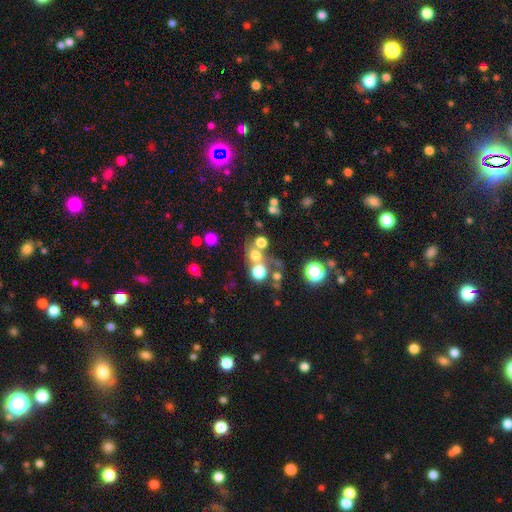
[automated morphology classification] Smooth or featured? Predicted: smooth (p=0.64). How rounded? Predicted: round (p=0.86). Merging? Predicted: none (p=0.46).